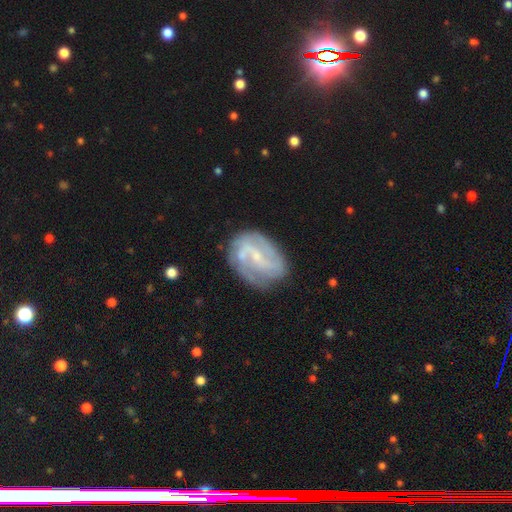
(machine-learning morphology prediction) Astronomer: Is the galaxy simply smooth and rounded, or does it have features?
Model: featured or disk — 81%.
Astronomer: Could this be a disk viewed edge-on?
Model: no — 97%.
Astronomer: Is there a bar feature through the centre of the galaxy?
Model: weak — 48% (runner-up: no, 27%).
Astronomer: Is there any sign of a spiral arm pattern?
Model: yes — 91%.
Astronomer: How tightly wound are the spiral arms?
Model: medium — 43% (runner-up: tight, 31%).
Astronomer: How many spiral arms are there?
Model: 2 — 60%.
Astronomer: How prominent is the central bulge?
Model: small — 73%.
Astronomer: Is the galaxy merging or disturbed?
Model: none — 68%.